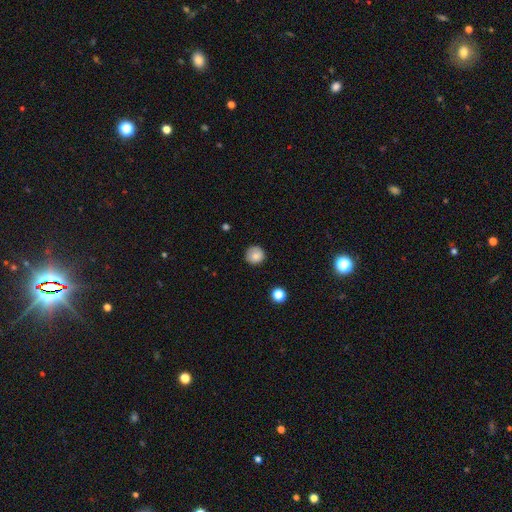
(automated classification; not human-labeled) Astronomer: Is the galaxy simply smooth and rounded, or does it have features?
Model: smooth — 80%.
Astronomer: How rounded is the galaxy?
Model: round — 93%.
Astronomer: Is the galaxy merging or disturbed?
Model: none — 84%.